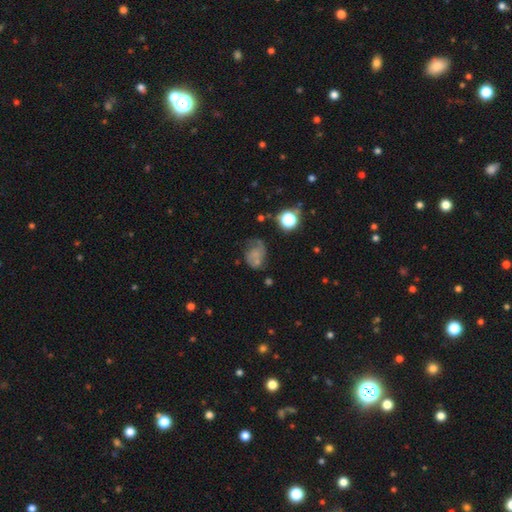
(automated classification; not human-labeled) This is marginally a smooth galaxy (45%). Merging: marginally none (35%).